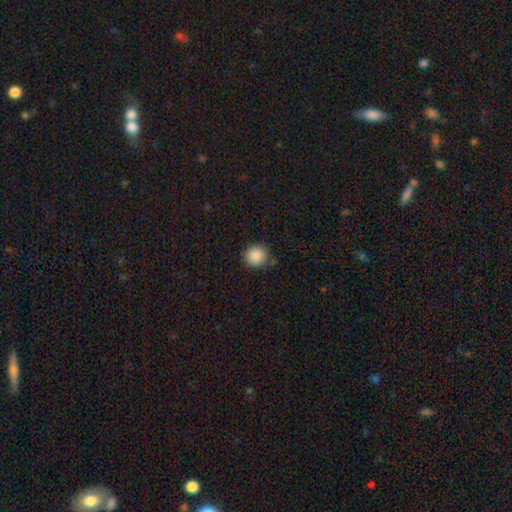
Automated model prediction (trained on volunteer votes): smooth-or-featured: smooth: 88% | star or artifact: 9% | featured or disk: 3%
  how-rounded: round: 88% | in between: 11% | cigar-shaped: 1%
  merging: none: 83% | minor disturbance: 12% | major disturbance: 3% | merger: 2%